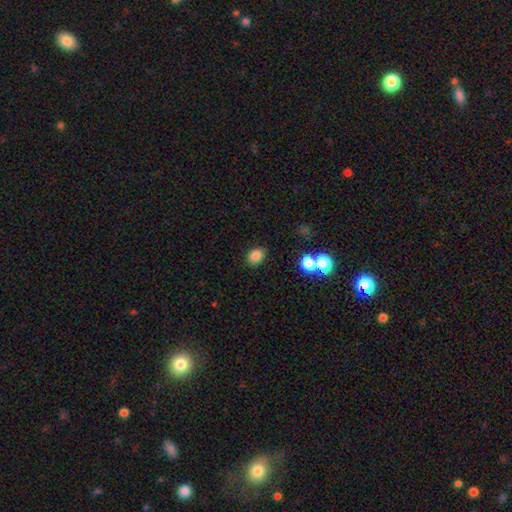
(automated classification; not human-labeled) smooth-or-featured: smooth: 83% | star or artifact: 13% | featured or disk: 5%
  how-rounded: in between: 60% | round: 39% | cigar-shaped: 1%
  merging: none: 86% | minor disturbance: 8% | merger: 3% | major disturbance: 3%